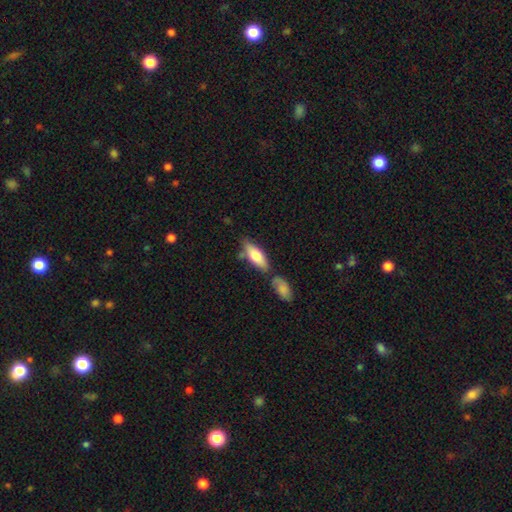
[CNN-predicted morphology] smooth 74%, featured or disk 20%, star or artifact 5%. Down the decision tree: how rounded — in between (69%); merging — none (63%).